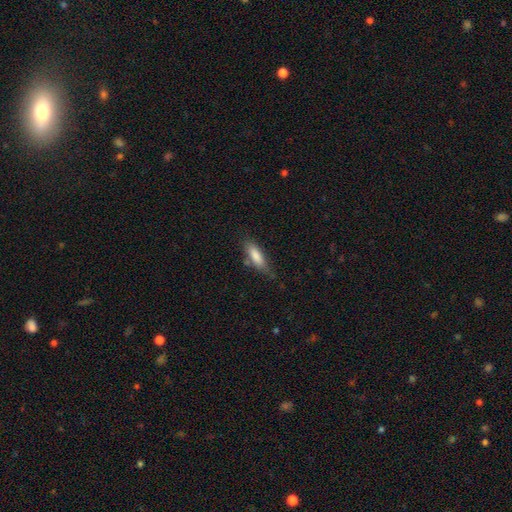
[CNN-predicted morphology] A smooth galaxy with no disk features (81%) that is in between round and cigar-shaped (52%). Merging: none (66%).